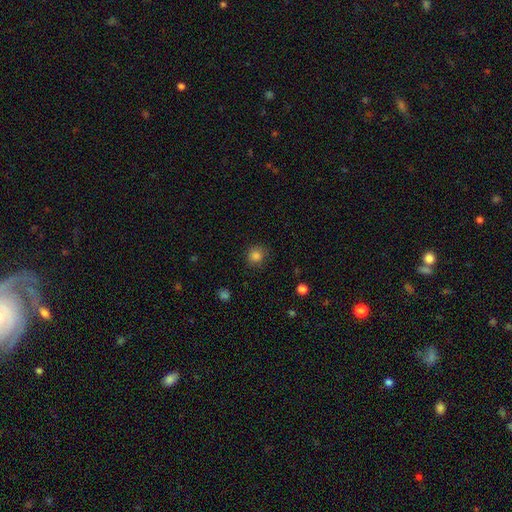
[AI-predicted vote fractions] Smooth or featured? Predicted: smooth (p=0.84). How rounded? Predicted: round (p=0.89). Merging? Predicted: none (p=0.85).